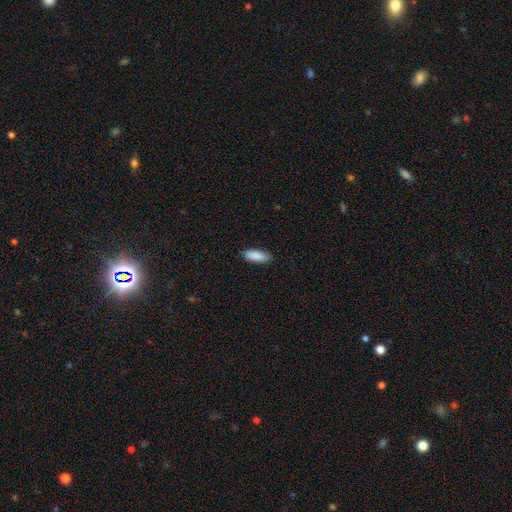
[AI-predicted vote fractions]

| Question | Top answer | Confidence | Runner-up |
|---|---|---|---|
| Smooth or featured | smooth | 89% | star or artifact (6%) |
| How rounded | in between | 64% | cigar-shaped (34%) |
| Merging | none | 87% | minor disturbance (10%) |